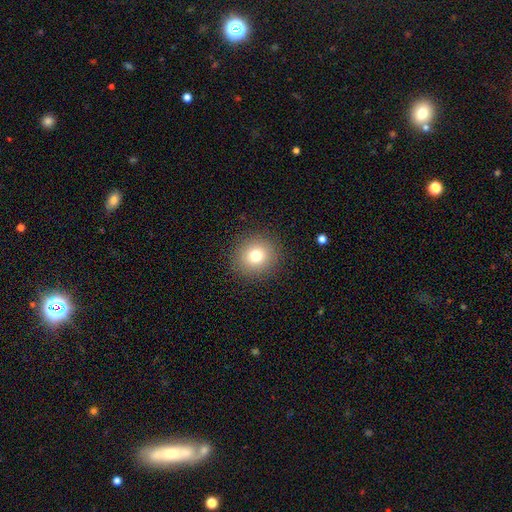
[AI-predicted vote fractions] Overall: smooth (77%). How rounded: round (91%). Merging: none (90%).